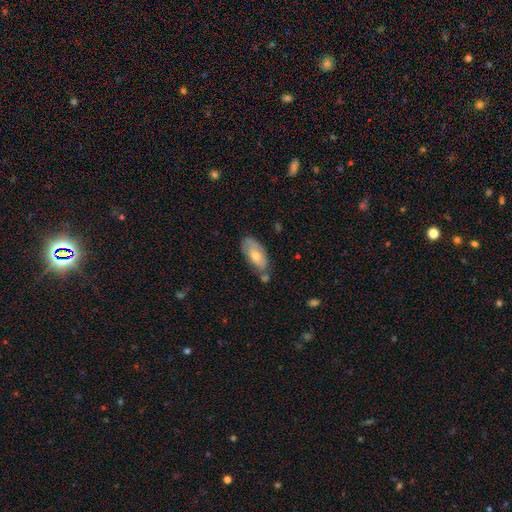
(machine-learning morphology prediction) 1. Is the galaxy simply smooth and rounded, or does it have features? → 54% smooth, 39% featured or disk, 7% star or artifact.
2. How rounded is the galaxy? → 87% in between, 10% cigar-shaped, 3% round.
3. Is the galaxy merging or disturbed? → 58% none, 25% minor disturbance, 11% merger, 6% major disturbance.